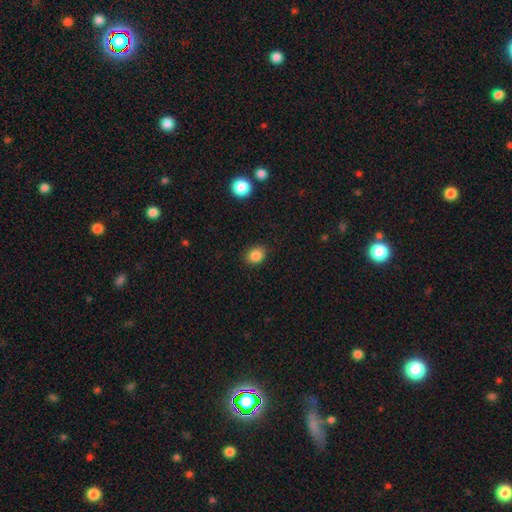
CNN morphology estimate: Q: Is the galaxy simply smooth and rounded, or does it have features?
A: smooth — 85%.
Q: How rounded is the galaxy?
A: in between — 50%.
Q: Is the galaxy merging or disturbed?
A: none — 86%.